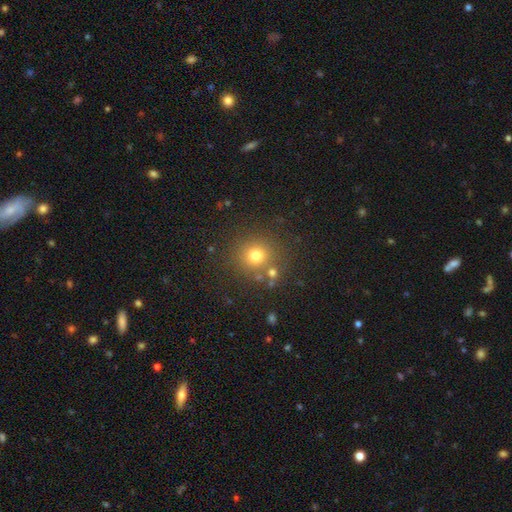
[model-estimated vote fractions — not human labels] Smooth or featured: smooth — 73% (star or artifact — 18%)
How rounded: round — 90% (in between — 9%)
Merging: none — 79% (minor disturbance — 9%)